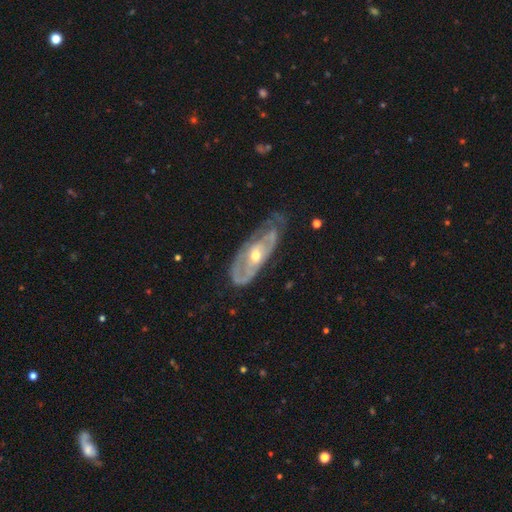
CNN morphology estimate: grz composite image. It shows a featured or disk galaxy (80%) with no bar (70%), spiral arms (71%) and a moderate central bulge (58%). Merging: none (56%).